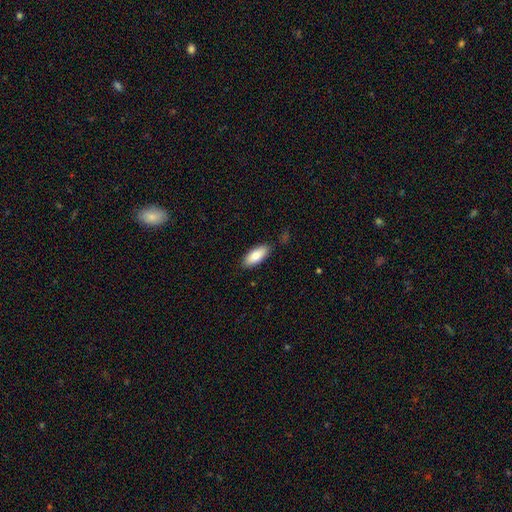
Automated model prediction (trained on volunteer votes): smooth_or_featured: smooth (p=0.80) [alt: featured or disk p=0.14]
how_rounded: in between (p=0.82) [alt: cigar-shaped p=0.16]
merging: none (p=0.86) [alt: minor disturbance p=0.10]